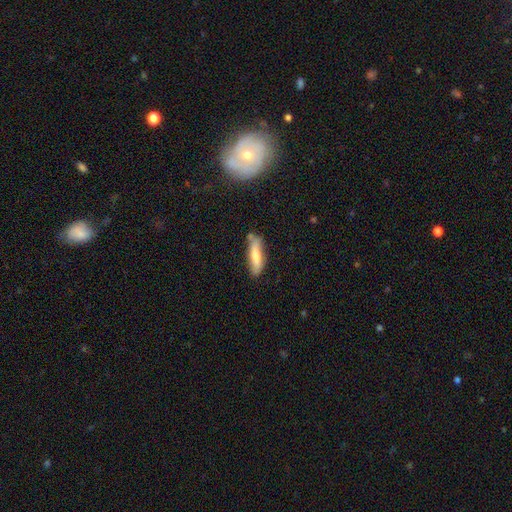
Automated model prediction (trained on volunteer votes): This is likely a smooth galaxy (67%). How rounded: likely cigar-shaped (71%). Merging: likely none (67%).